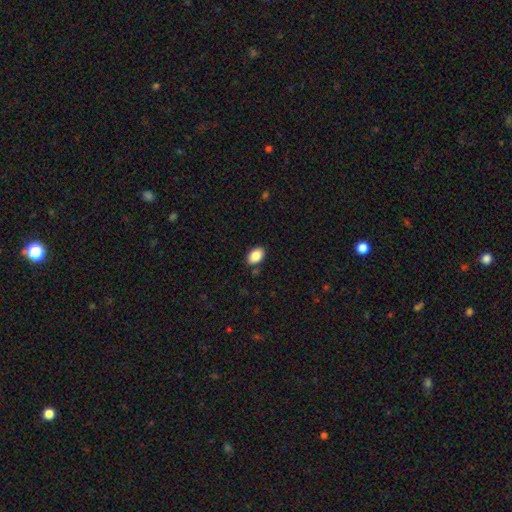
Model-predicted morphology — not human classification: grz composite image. It shows a smooth galaxy with no disk features (88%) that is in between round and cigar-shaped (86%). Merging: none (88%).